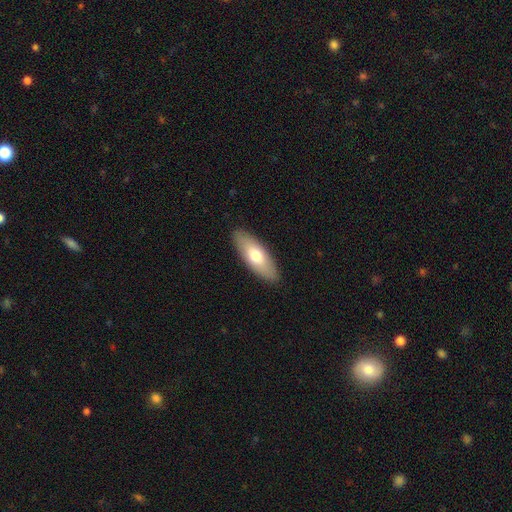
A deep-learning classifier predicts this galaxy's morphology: A smooth galaxy with no disk features (67%) that is in between round and cigar-shaped (72%). Merging: none (89%).